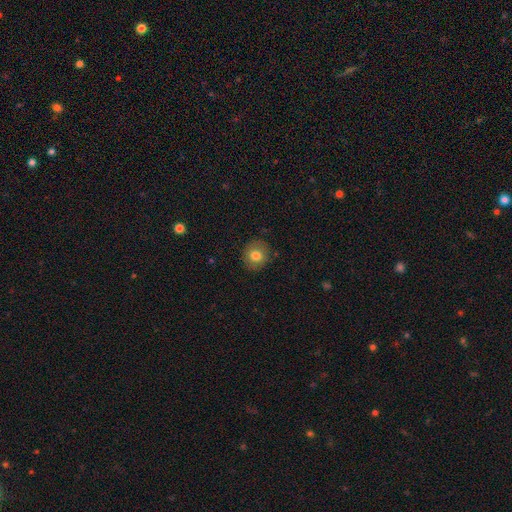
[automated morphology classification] A smooth galaxy with no disk features (79%) that is round (87%).

Vote fractions:
- Smooth or featured? smooth: 79% / featured or disk: 12% / star or artifact: 10%
- How rounded? round: 87% / in between: 12% / cigar-shaped: 1%
- Merging? none: 87% / minor disturbance: 9% / major disturbance: 3% / merger: 1%